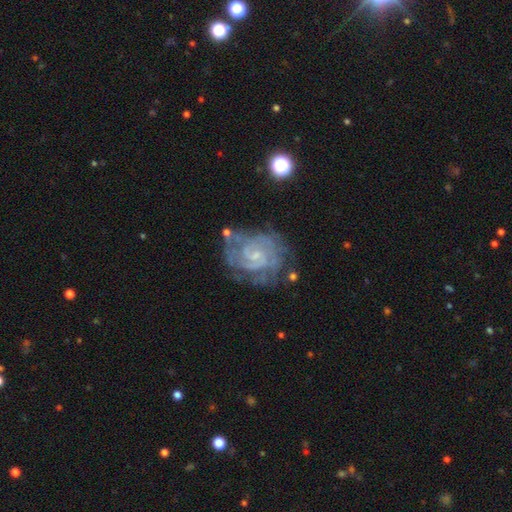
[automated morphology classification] A featured or disk galaxy (88%) with no bar (51%), 2 (39%) tight (68%) spiral arms (97%) and a small central bulge (75%).

Vote fractions:
- Smooth or featured? featured or disk: 88% / star or artifact: 7% / smooth: 6%
- Edge-on disk? no: 98% / yes: 2%
- Bar? no: 51% / weak: 40% / strong: 9%
- Spiral arms? yes: 97% / no: 3%
- Spiral winding? tight: 68% / medium: 28% / loose: 4%
- Spiral arm count? 2: 39% / can't tell: 23% / 3: 19% / 4: 9% / more than 4: 5% / 1: 5%
- Bulge size? small: 75% / moderate: 16% / none: 7% / large: 1% / dominant: 1%
- Merging? none: 65% / minor disturbance: 21% / major disturbance: 10% / merger: 4%